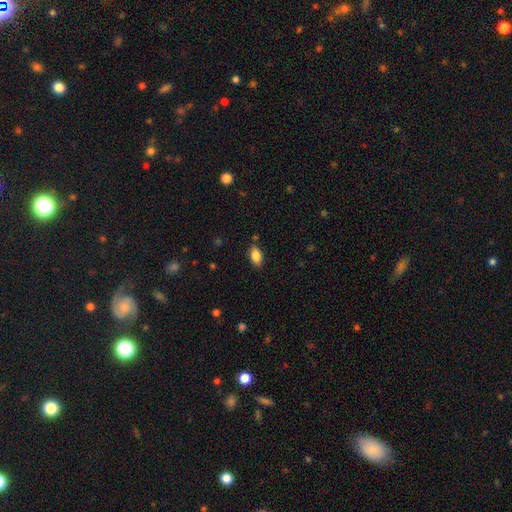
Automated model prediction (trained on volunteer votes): smooth-or-featured: smooth: 83% | featured or disk: 9% | star or artifact: 8%
  how-rounded: in between: 89% | round: 7% | cigar-shaped: 4%
  merging: none: 83% | minor disturbance: 13% | major disturbance: 3% | merger: 2%